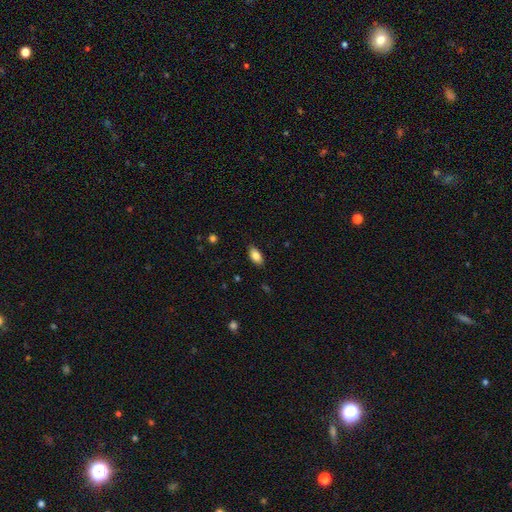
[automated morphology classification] Smooth or featured?
  - smooth: 85% *
  - featured or disk: 8%
  - star or artifact: 7%
How rounded?
  - in between: 92% *
  - cigar-shaped: 5%
  - round: 4%
Merging?
  - none: 87% *
  - minor disturbance: 10%
  - major disturbance: 2%
  - merger: 1%